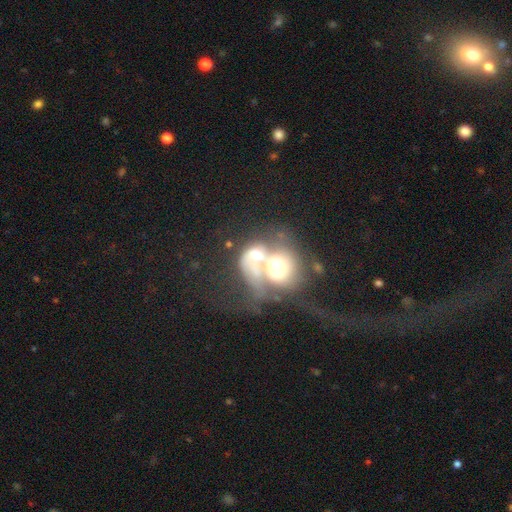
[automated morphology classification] The model was most divided on "smooth or featured": featured or disk: 51%, smooth: 39%, star or artifact: 10%. More confident: edge-on disk — no (97%); merging — merger (74%).